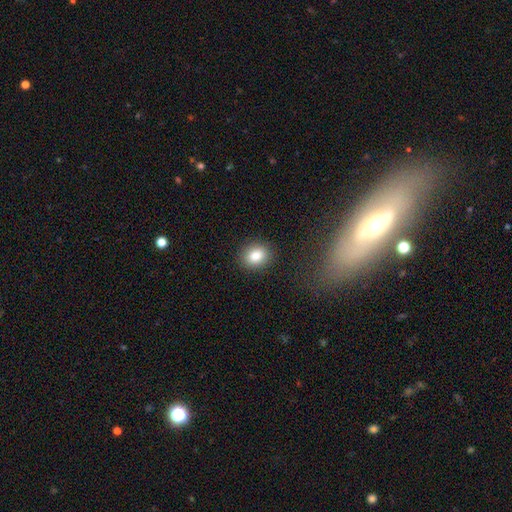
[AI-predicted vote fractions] This is clearly a smooth galaxy (84%). How rounded: possibly round (54%). Merging: clearly none (89%).